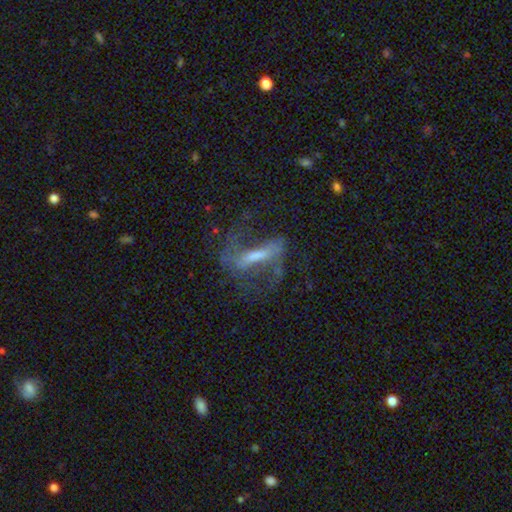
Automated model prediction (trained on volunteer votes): The model was most divided on "bulge size" (2-way tie): moderate: 34%, small: 34%, none: 20%, large: 10%, dominant: 2%. More confident: edge-on disk — no (82%); spiral arms — yes (82%); smooth or featured — featured or disk (74%); bar — strong (62%); merging — none (52%).